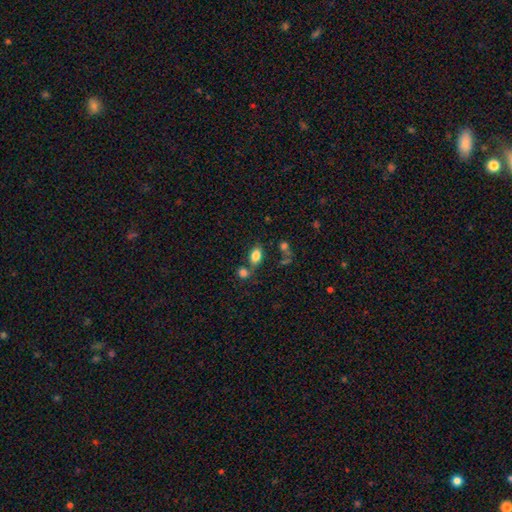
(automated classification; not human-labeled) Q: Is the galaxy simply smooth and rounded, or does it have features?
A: smooth — 82%.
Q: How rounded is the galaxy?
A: in between — 86%.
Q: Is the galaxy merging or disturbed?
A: none — 61%.